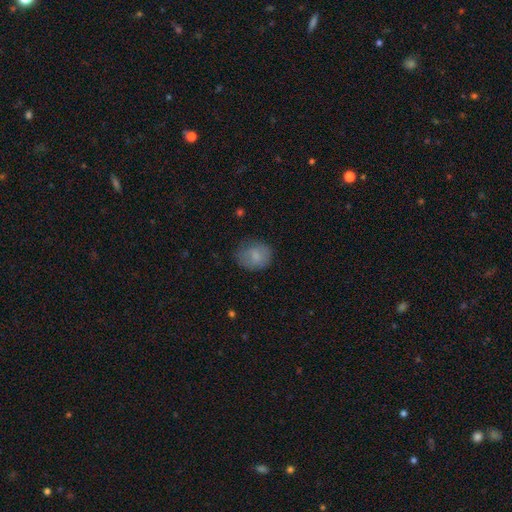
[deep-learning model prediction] A smooth galaxy with no disk features (79%) that is round (58%).

Vote fractions:
- Smooth or featured? smooth: 79% / featured or disk: 13% / star or artifact: 8%
- How rounded? round: 58% / in between: 41% / cigar-shaped: 1%
- Merging? none: 67% / minor disturbance: 23% / major disturbance: 8% / merger: 1%